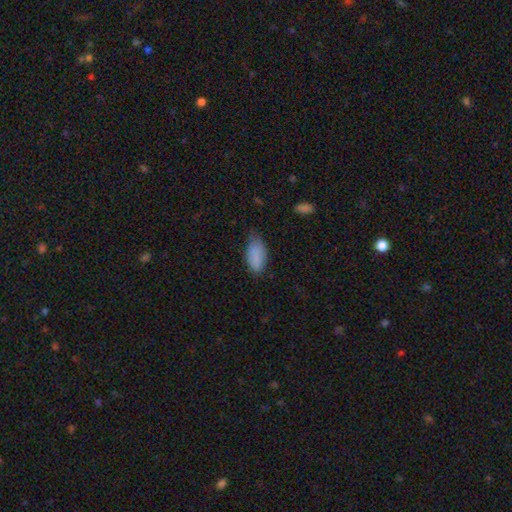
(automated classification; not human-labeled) A smooth galaxy with no disk features (84%) that is in between round and cigar-shaped (93%). Merging: none (47%).